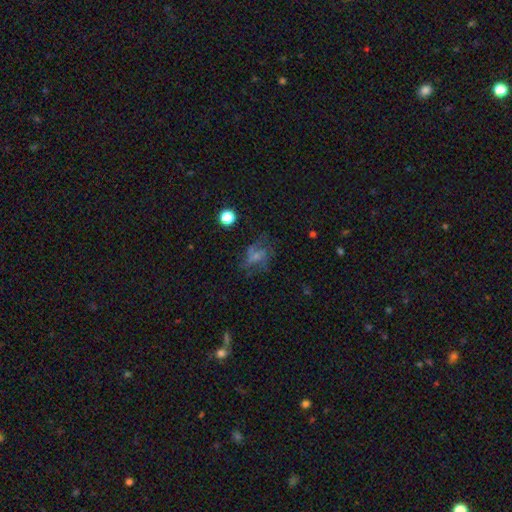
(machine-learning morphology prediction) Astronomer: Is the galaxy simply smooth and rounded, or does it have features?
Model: featured or disk — 47% (runner-up: smooth, 35%).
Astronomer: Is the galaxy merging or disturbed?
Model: none — 47% (runner-up: major disturbance, 30%).